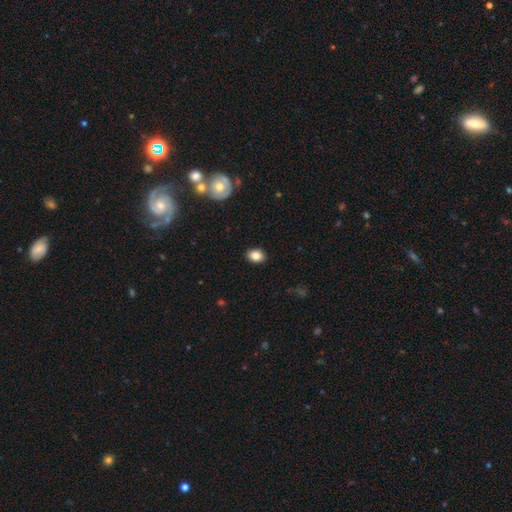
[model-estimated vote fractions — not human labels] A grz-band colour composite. It shows a smooth galaxy with no disk features (84%) that is in between round and cigar-shaped (69%). Merging: none (89%).